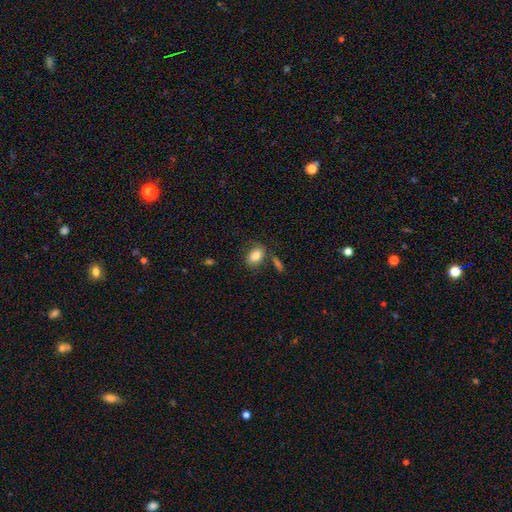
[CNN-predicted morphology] Smooth or featured: smooth — 84% (featured or disk — 9%)
How rounded: in between — 84% (round — 14%)
Merging: none — 73% (minor disturbance — 14%)